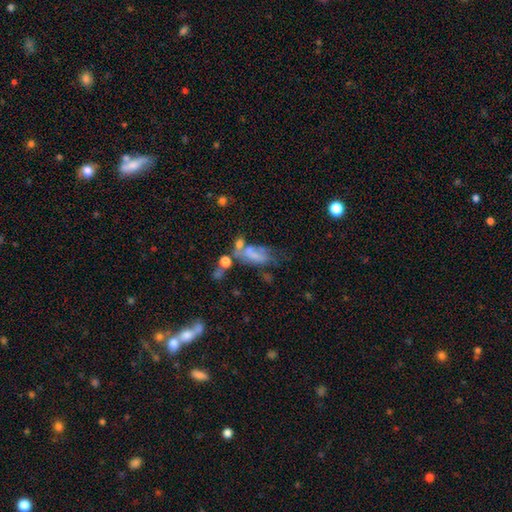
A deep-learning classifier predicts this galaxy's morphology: Smooth or featured: featured or disk — 42% (smooth — 39%)
Merging: major disturbance — 29% (none — 27%)